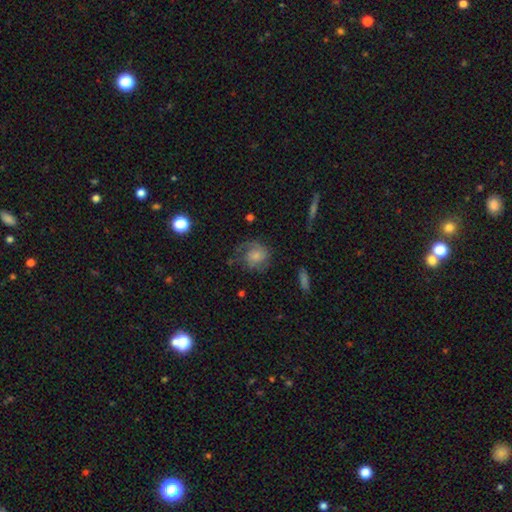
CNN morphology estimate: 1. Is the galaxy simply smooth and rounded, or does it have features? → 60% featured or disk, 32% smooth, 8% star or artifact.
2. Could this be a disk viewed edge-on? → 97% no, 3% yes.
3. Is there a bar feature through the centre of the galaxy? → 72% no, 25% weak, 4% strong.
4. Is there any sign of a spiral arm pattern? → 89% yes, 11% no.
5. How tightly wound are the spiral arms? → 42% medium, 37% tight, 21% loose.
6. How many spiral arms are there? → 42% 2, 33% 1, 16% can't tell, 5% 3, 2% 4, 2% more than 4.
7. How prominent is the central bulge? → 48% small, 30% moderate, 13% none, 7% large, 2% dominant.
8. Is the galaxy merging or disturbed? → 56% none, 22% minor disturbance, 20% major disturbance, 2% merger.